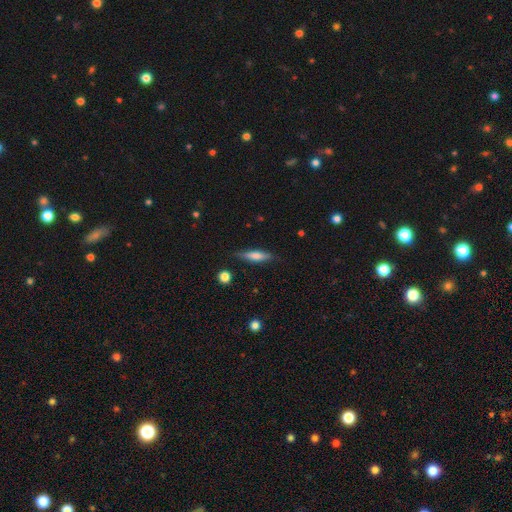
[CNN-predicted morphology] type=smooth (59%); roundness=cigar-shaped (75%); merging=none (83%).